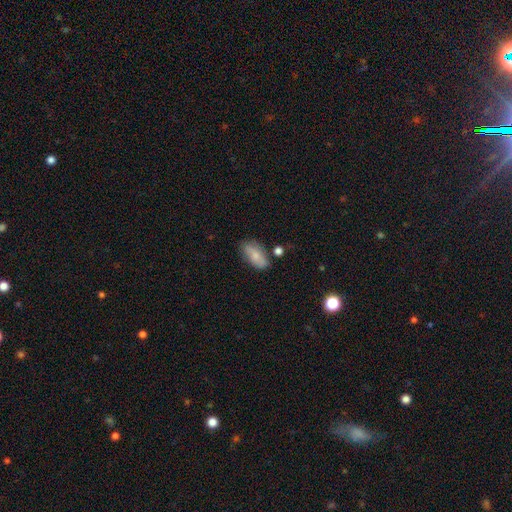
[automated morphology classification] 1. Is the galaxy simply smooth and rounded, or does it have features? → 76% smooth, 17% featured or disk, 7% star or artifact.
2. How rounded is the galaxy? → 89% in between, 8% cigar-shaped, 4% round.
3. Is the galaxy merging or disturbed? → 68% none, 21% minor disturbance, 6% merger, 5% major disturbance.